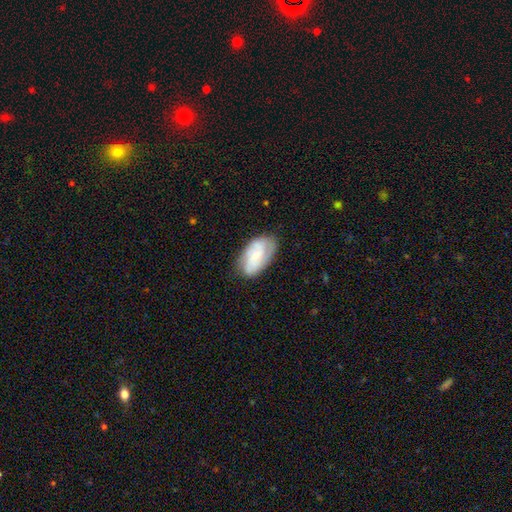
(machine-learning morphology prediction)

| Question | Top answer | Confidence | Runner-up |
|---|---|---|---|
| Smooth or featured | featured or disk | 59% | smooth (34%) |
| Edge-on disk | no | 96% | yes (4%) |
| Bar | no | 52% | weak (39%) |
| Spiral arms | yes | 90% | no (10%) |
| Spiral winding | medium | 45% | tight (34%) |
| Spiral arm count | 2 | 54% | can't tell (22%) |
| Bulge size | small | 60% | moderate (28%) |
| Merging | none | 73% | minor disturbance (20%) |